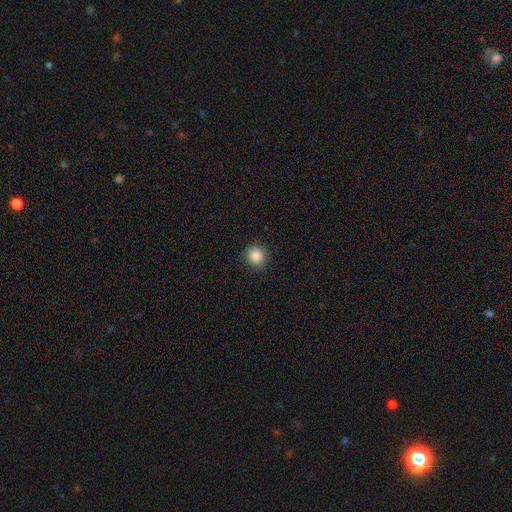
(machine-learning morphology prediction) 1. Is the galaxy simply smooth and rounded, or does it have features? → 86% smooth, 10% star or artifact, 4% featured or disk.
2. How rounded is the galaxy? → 92% round, 7% in between, 1% cigar-shaped.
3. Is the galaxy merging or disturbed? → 91% none, 6% minor disturbance, 2% major disturbance, 1% merger.